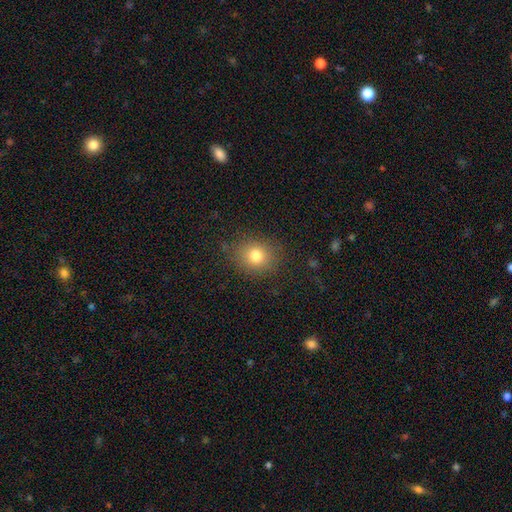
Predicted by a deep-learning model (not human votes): A smooth galaxy with no disk features (78%) that is round (70%).

Vote fractions:
- Smooth or featured? smooth: 78% / star or artifact: 13% / featured or disk: 9%
- How rounded? round: 70% / in between: 30% / cigar-shaped: 1%
- Merging? none: 83% / minor disturbance: 11% / major disturbance: 4% / merger: 1%